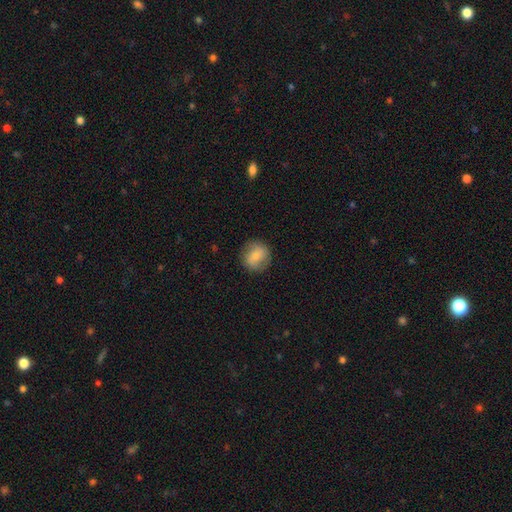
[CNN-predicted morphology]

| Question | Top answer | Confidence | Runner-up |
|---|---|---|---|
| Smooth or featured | smooth | 72% | featured or disk (21%) |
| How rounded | round | 89% | in between (10%) |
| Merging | none | 85% | minor disturbance (10%) |